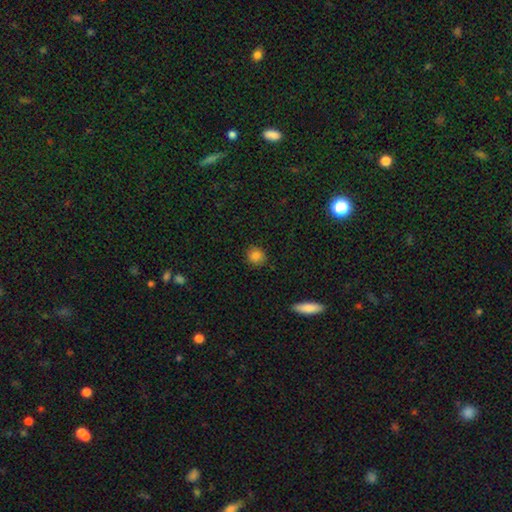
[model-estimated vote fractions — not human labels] Smooth or featured? Predicted: smooth (p=0.83). How rounded? Predicted: round (p=0.80). Merging? Predicted: none (p=0.88).